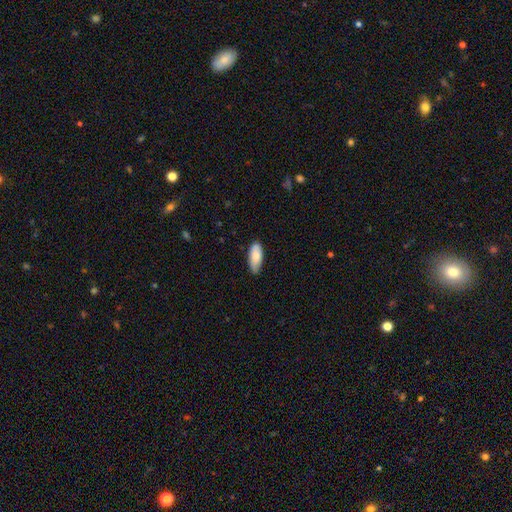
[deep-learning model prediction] Smooth or featured?
  - smooth: 81% *
  - featured or disk: 13%
  - star or artifact: 6%
How rounded?
  - in between: 80% *
  - cigar-shaped: 18%
  - round: 2%
Merging?
  - none: 80% *
  - minor disturbance: 17%
  - major disturbance: 2%
  - merger: 1%